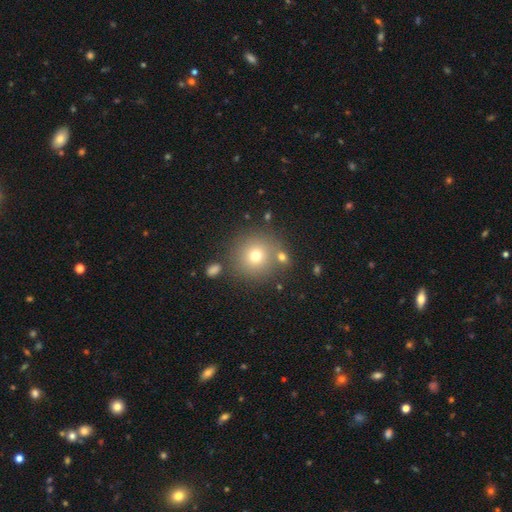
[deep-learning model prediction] Smooth or featured: smooth — 71% (star or artifact — 16%)
How rounded: round — 93% (in between — 6%)
Merging: none — 78% (merger — 9%)